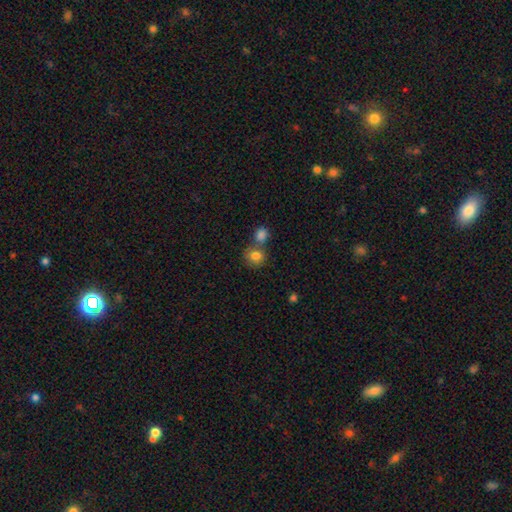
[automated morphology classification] Smooth or featured? Predicted: smooth (p=0.82). How rounded? Predicted: round (p=0.81). Merging? Predicted: none (p=0.52).